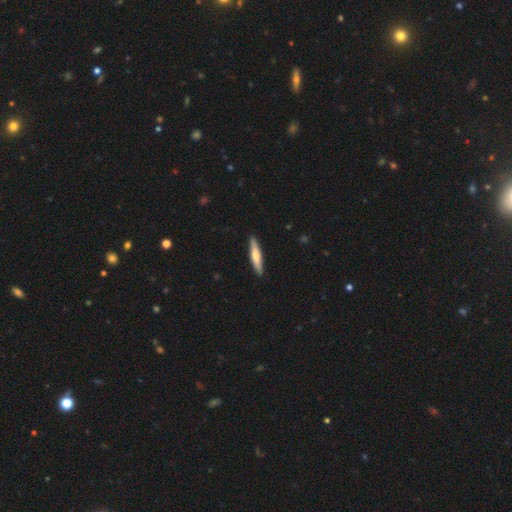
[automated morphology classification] Q: Smooth or featured?
A: smooth (55%); runner-up: featured or disk (40%)
Q: How rounded?
A: cigar-shaped (90%); runner-up: in between (9%)
Q: Merging?
A: none (91%); runner-up: minor disturbance (7%)